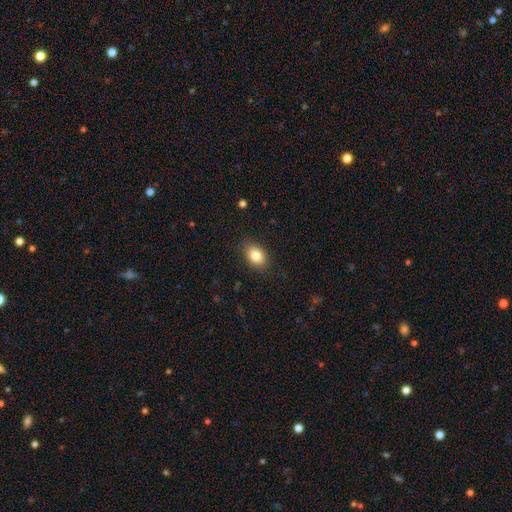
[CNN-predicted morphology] A smooth galaxy with no disk features (83%) that is in between round and cigar-shaped (75%). Merging: none (86%).